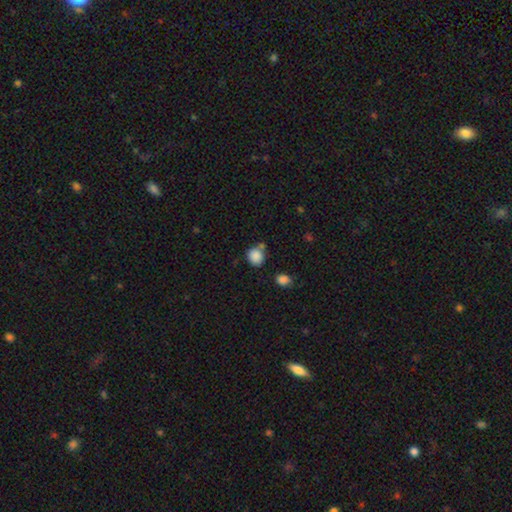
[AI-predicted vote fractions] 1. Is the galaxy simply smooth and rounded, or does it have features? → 87% smooth, 9% star or artifact, 4% featured or disk.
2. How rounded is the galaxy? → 74% round, 25% in between, 1% cigar-shaped.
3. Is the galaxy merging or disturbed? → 64% none, 16% merger, 15% minor disturbance, 5% major disturbance.